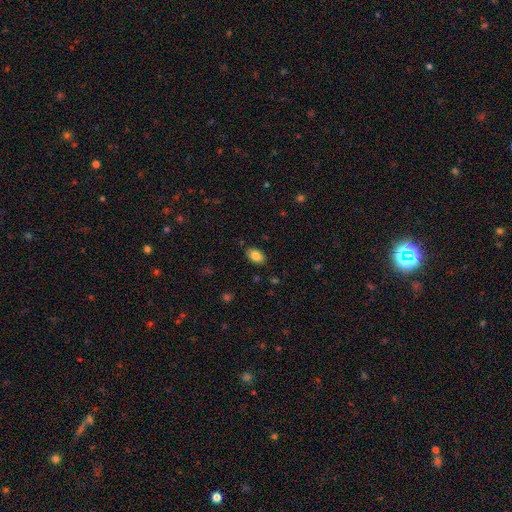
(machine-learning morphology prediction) smooth-or-featured: smooth: 85% | star or artifact: 8% | featured or disk: 7%
  how-rounded: in between: 90% | round: 8% | cigar-shaped: 2%
  merging: none: 85% | minor disturbance: 11% | major disturbance: 3% | merger: 2%